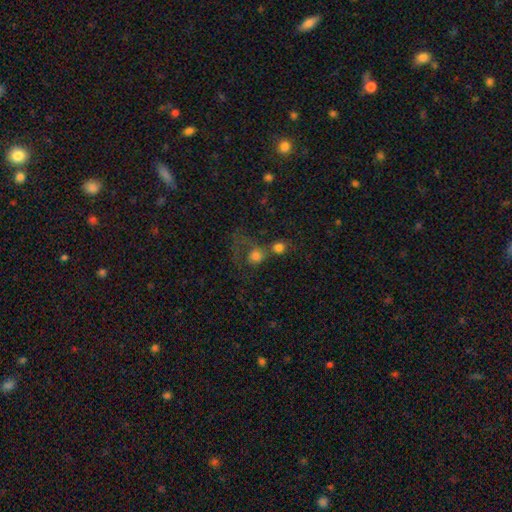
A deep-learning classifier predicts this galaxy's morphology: type=smooth (70%); roundness=round (79%); merging=merger (48%).